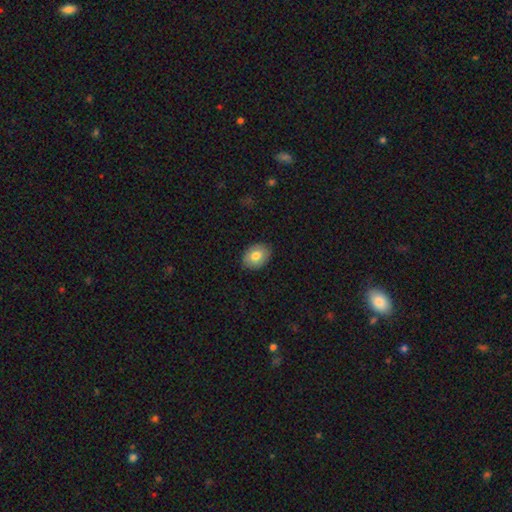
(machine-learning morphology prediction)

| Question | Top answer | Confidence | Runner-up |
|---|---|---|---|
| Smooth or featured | smooth | 79% | featured or disk (14%) |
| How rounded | in between | 74% | round (25%) |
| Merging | none | 86% | minor disturbance (11%) |